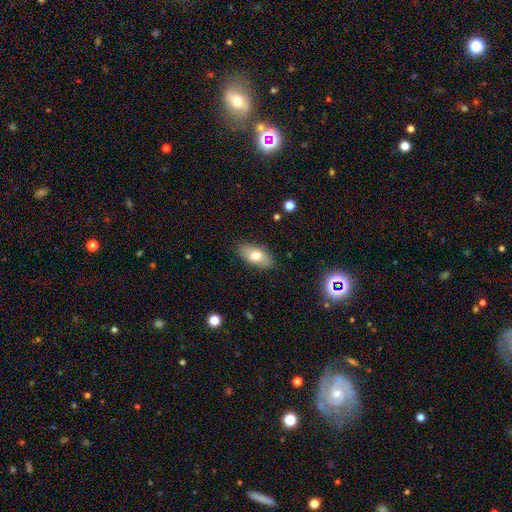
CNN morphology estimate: A smooth galaxy with no disk features (74%) that is in between round and cigar-shaped (91%).

Vote fractions:
- Smooth or featured? smooth: 74% / featured or disk: 19% / star or artifact: 7%
- How rounded? in between: 91% / cigar-shaped: 6% / round: 3%
- Merging? none: 86% / minor disturbance: 10% / major disturbance: 2% / merger: 1%